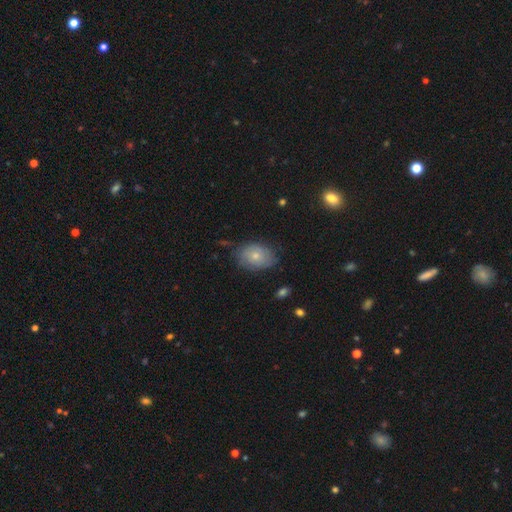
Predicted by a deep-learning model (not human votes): Smooth or featured?
  - smooth: 67% *
  - featured or disk: 26%
  - star or artifact: 8%
How rounded?
  - in between: 77% *
  - round: 22%
  - cigar-shaped: 1%
Merging?
  - none: 70% *
  - minor disturbance: 23%
  - major disturbance: 5%
  - merger: 2%